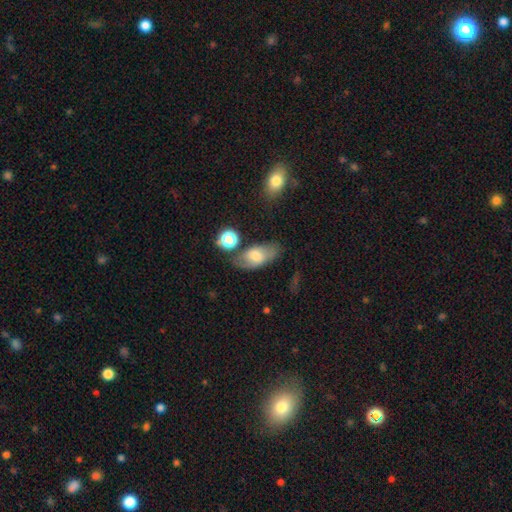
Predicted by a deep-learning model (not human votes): Overall: smooth (63%; featured or disk 28%). How rounded: in between (87%). Merging: none (65%).